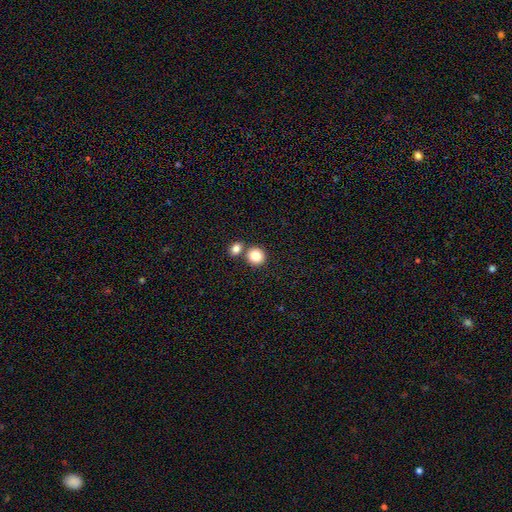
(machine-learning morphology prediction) The model was most divided on "merging": none: 68%, merger: 24%, minor disturbance: 6%, major disturbance: 2%. More confident: how rounded — round (88%); smooth or featured — smooth (83%).